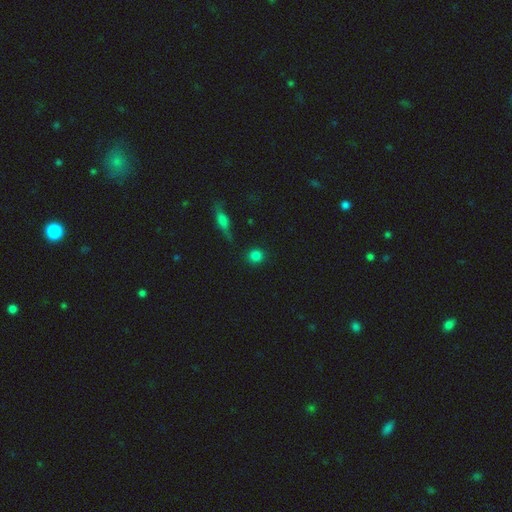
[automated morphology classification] smooth 83%, star or artifact 12%, featured or disk 5%. Down the decision tree: how rounded — round (89%); merging — none (87%).